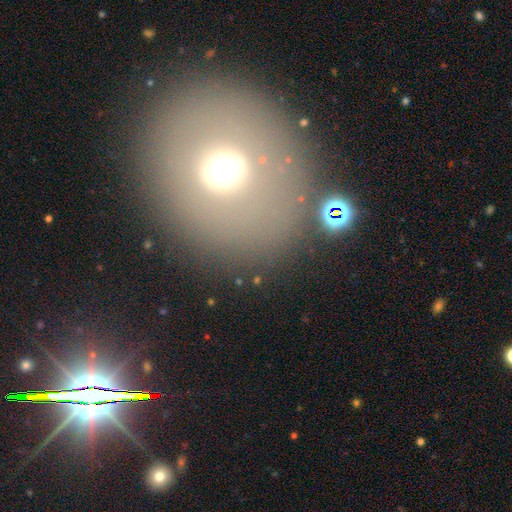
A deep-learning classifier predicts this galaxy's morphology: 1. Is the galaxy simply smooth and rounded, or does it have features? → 51% smooth, 29% star or artifact, 20% featured or disk.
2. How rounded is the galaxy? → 82% round, 16% in between, 1% cigar-shaped.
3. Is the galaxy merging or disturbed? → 82% none, 9% minor disturbance, 6% major disturbance, 4% merger.